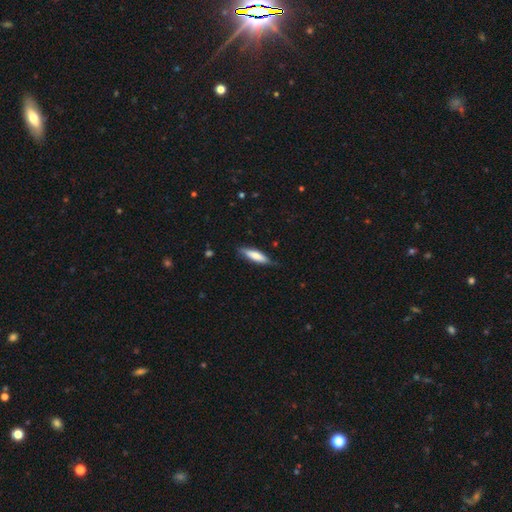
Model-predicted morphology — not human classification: Smooth or featured? Predicted: smooth (p=0.70). How rounded? Predicted: cigar-shaped (p=0.71). Merging? Predicted: none (p=0.79).